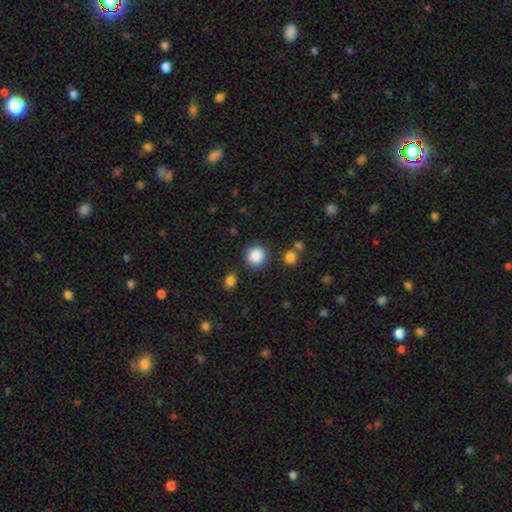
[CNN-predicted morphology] smooth 87%, star or artifact 9%, featured or disk 4%. Down the decision tree: how rounded — round (93%); merging — none (85%).